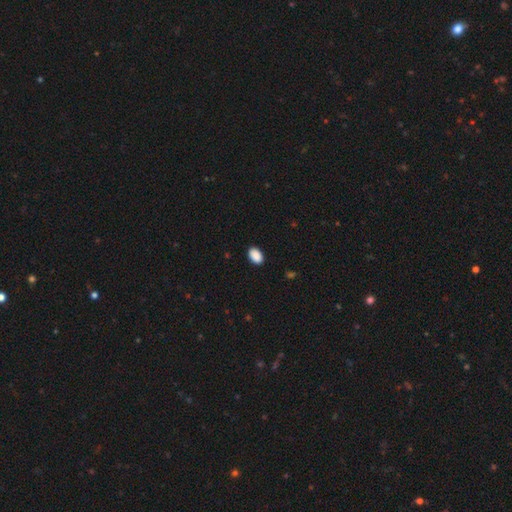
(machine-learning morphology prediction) This appears to be a smooth galaxy with no disk features (90%) that is in between round and cigar-shaped (89%). Merging: none (89%).